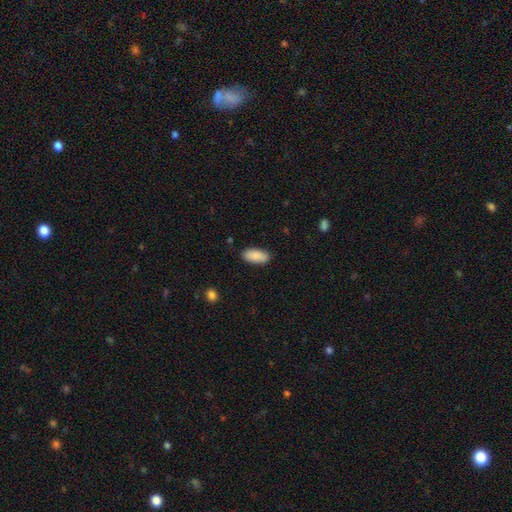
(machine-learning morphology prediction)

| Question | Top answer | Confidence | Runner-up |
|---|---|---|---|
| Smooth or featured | smooth | 89% | star or artifact (6%) |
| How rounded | in between | 88% | cigar-shaped (10%) |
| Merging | none | 87% | minor disturbance (10%) |